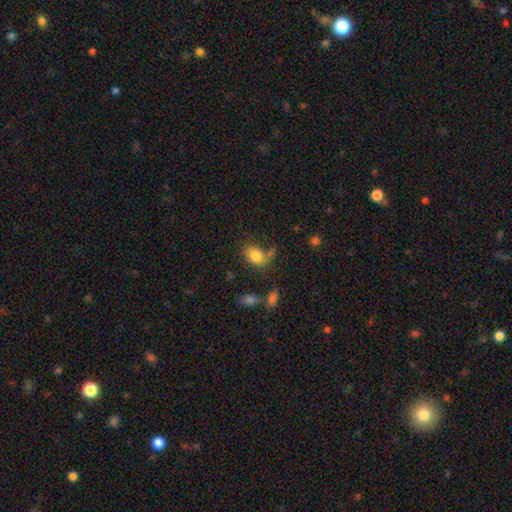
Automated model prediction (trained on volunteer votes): Smooth or featured?
  - smooth: 82% *
  - star or artifact: 10%
  - featured or disk: 8%
How rounded?
  - in between: 80% *
  - round: 19%
  - cigar-shaped: 1%
Merging?
  - none: 59% *
  - minor disturbance: 21%
  - merger: 11%
  - major disturbance: 9%